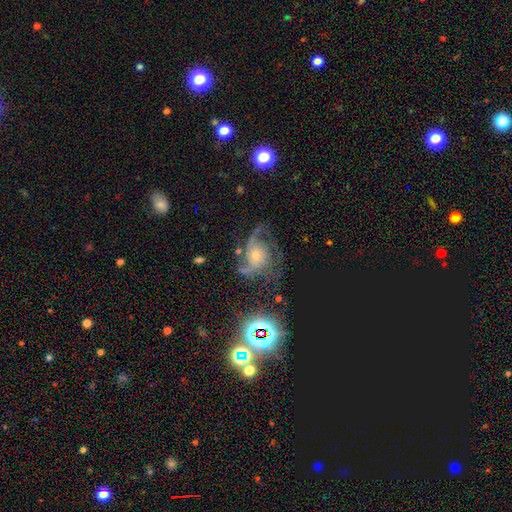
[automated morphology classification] Smooth or featured? Predicted: featured or disk (p=0.79). Edge-on disk? Predicted: no (p=0.97). Bar? Predicted: no (p=0.74). Spiral arms? Predicted: yes (p=0.95). Spiral winding? Predicted: medium (p=0.48). Spiral arm count? Predicted: 3 (p=0.34, tied with 2). Bulge size? Predicted: small (p=0.53). Merging? Predicted: none (p=0.54).